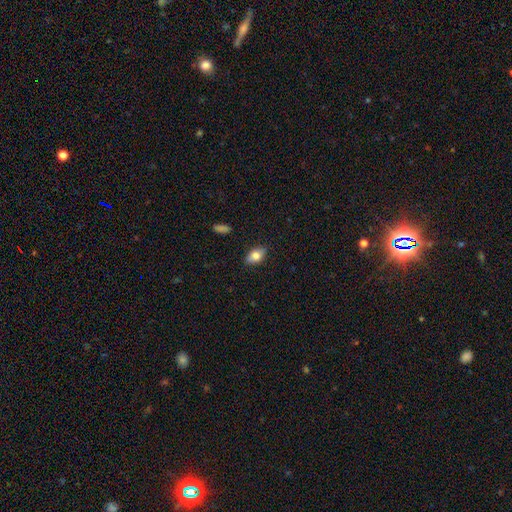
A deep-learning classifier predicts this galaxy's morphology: Q: Smooth or featured?
A: smooth (76%); runner-up: featured or disk (16%)
Q: How rounded?
A: in between (87%); runner-up: round (9%)
Q: Merging?
A: none (86%); runner-up: minor disturbance (11%)